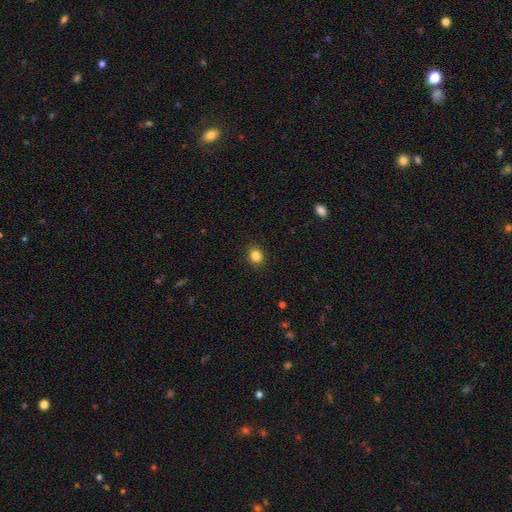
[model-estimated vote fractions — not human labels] This is clearly a smooth galaxy (84%). How rounded: likely round (69%). Merging: clearly none (91%).